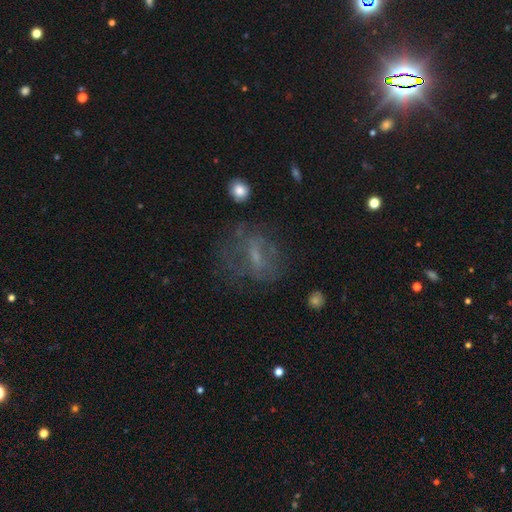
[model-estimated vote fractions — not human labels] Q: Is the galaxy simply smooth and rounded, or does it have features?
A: featured or disk — 47%.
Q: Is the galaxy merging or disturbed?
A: none — 54%.